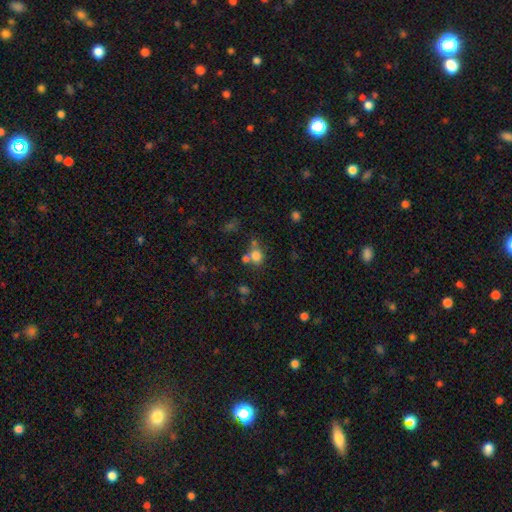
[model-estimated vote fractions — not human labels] Q: Smooth or featured?
A: smooth (73%); runner-up: star or artifact (15%)
Q: How rounded?
A: round (60%); runner-up: in between (38%)
Q: Merging?
A: none (41%); runner-up: merger (39%)